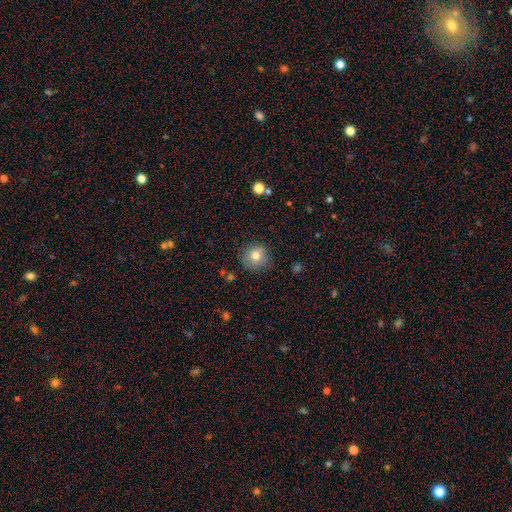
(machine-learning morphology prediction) Overall: smooth (78%). How rounded: round (92%). Merging: none (85%).